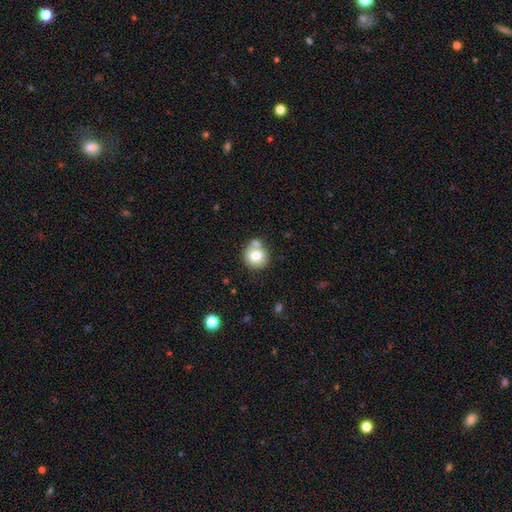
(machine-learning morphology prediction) This is likely a smooth galaxy (75%). How rounded: clearly round (88%). Merging: likely none (60%).